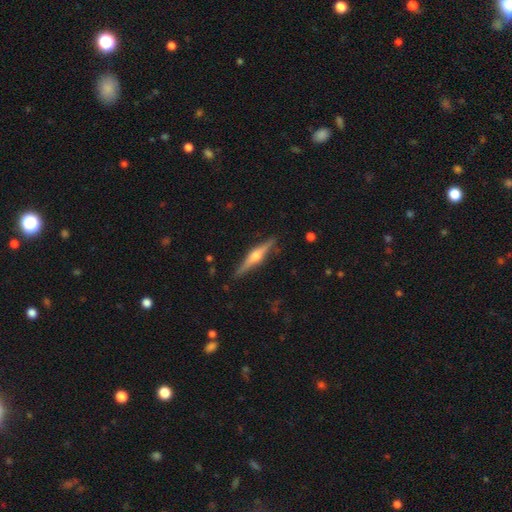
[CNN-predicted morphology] featured or disk 75%, smooth 20%, star or artifact 6%. Down the decision tree: edge-on disk — yes (98%); edge-on bulge — rounded (93%); merging — none (89%).